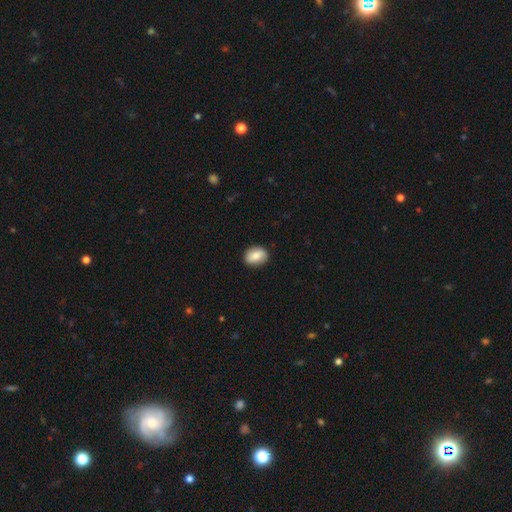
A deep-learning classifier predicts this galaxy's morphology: smooth_or_featured: smooth (p=0.77) [alt: featured or disk p=0.16]
how_rounded: in between (p=0.68) [alt: round p=0.31]
merging: none (p=0.86) [alt: minor disturbance p=0.11]